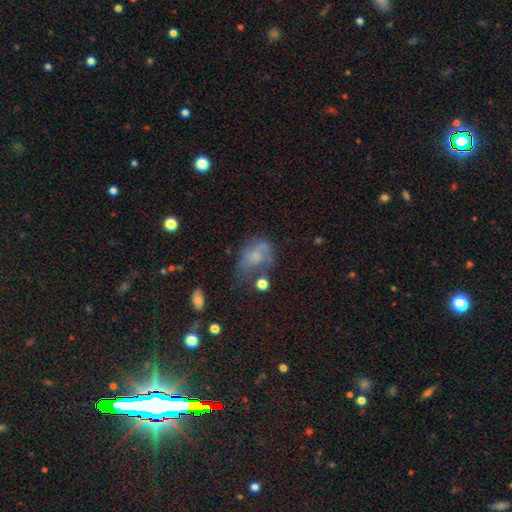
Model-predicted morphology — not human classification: Smooth or featured?
  - smooth: 49% *
  - featured or disk: 37%
  - star or artifact: 14%
Merging?
  - major disturbance: 36% *
  - none: 30%
  - minor disturbance: 27%
  - merger: 7%